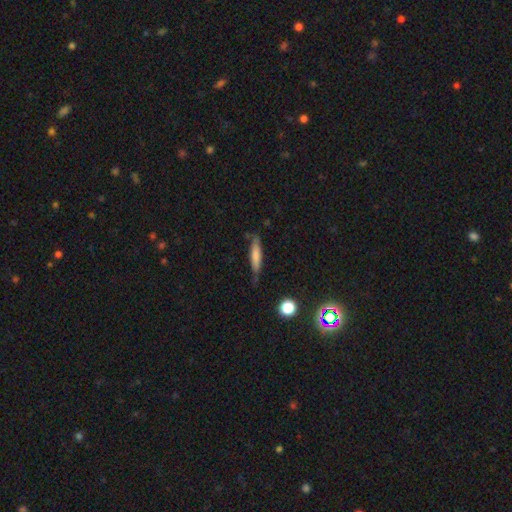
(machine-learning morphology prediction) The model was most divided on "smooth or featured": smooth: 67%, featured or disk: 26%, star or artifact: 7%. More confident: how rounded — cigar-shaped (84%); merging — none (70%).